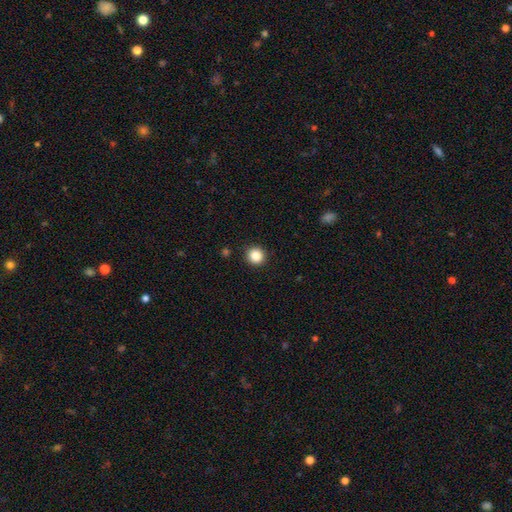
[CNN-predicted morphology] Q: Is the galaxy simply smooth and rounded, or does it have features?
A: smooth — 87%.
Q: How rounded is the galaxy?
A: round — 93%.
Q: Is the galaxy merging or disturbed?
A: none — 91%.